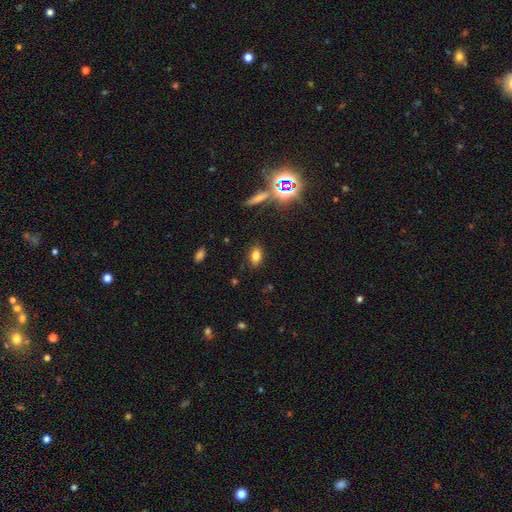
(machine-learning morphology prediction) A smooth galaxy with no disk features (79%) that is in between round and cigar-shaped (87%). Merging: none (86%).